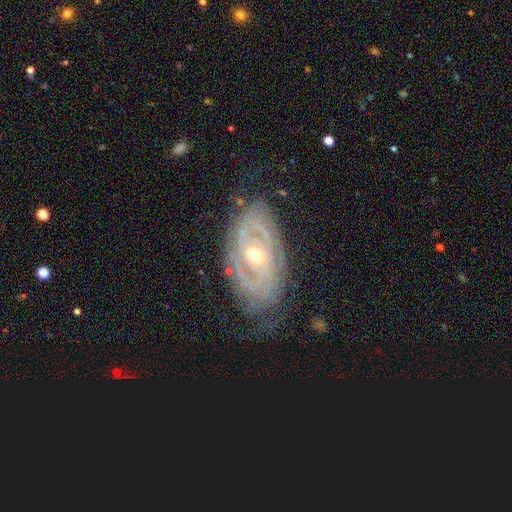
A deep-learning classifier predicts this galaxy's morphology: The model was most divided on "spiral arm count": can't tell: 39%, 2: 35%, 3: 12%, 4: 5%, 1: 5%, more than 4: 4%. More confident: edge-on disk — no (94%); smooth or featured — featured or disk (85%); spiral arms — yes (83%); spiral winding — tight (73%); merging — none (71%); bulge size — moderate (63%); bar — no (60%).